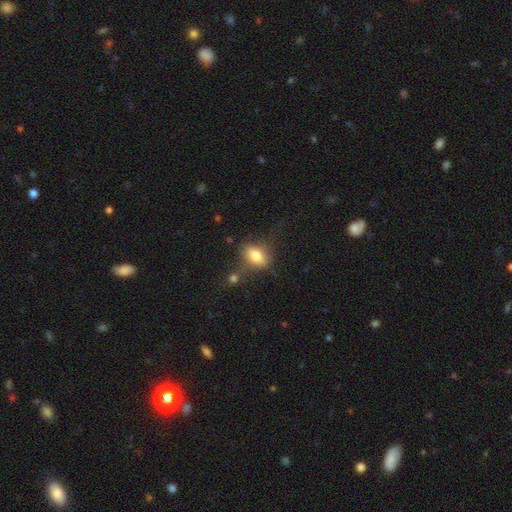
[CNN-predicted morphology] Q: Smooth or featured?
A: smooth (73%); runner-up: featured or disk (17%)
Q: How rounded?
A: in between (83%); runner-up: round (12%)
Q: Merging?
A: none (54%); runner-up: minor disturbance (22%)